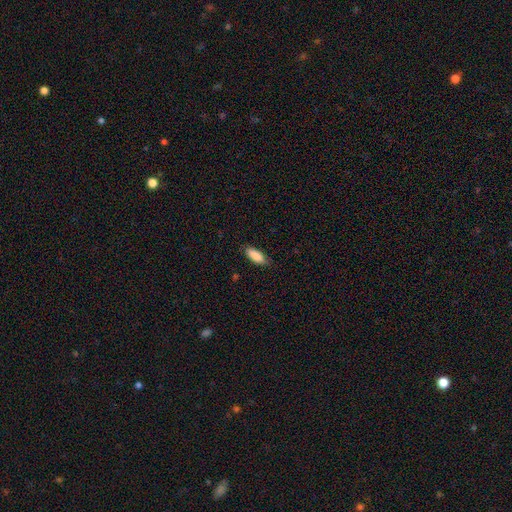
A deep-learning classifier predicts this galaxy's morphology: Smooth or featured: smooth — 87% (star or artifact — 6%)
How rounded: in between — 77% (cigar-shaped — 21%)
Merging: none — 80% (minor disturbance — 16%)